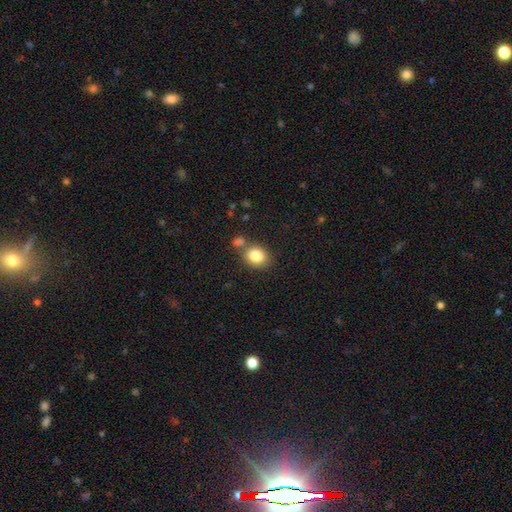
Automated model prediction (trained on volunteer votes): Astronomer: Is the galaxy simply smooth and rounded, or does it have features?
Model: smooth — 84%.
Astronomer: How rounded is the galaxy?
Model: round — 59% (runner-up: in between, 40%).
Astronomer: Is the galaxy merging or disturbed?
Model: none — 65%.